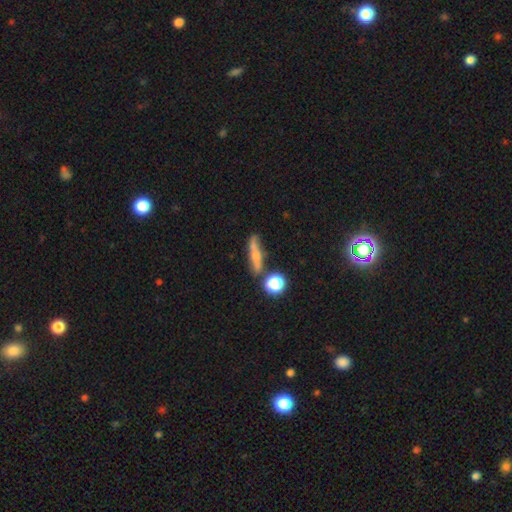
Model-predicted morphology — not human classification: smooth_or_featured: smooth (p=0.47) [alt: featured or disk p=0.41]
merging: none (p=0.68) [alt: minor disturbance p=0.17]